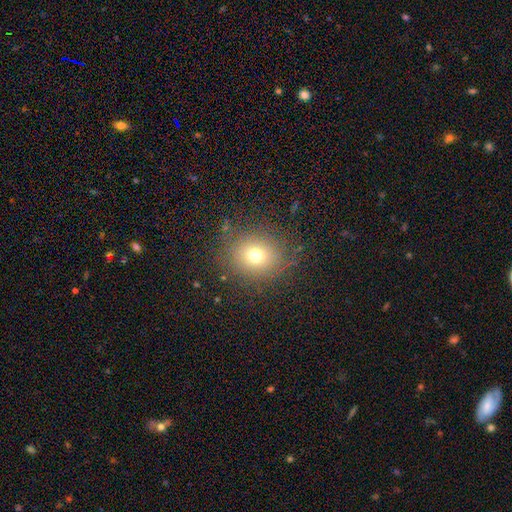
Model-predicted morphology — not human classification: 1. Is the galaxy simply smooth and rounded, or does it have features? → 70% smooth, 19% star or artifact, 11% featured or disk.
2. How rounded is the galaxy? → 72% round, 27% in between, 1% cigar-shaped.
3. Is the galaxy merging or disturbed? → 85% none, 10% minor disturbance, 4% major disturbance, 1% merger.